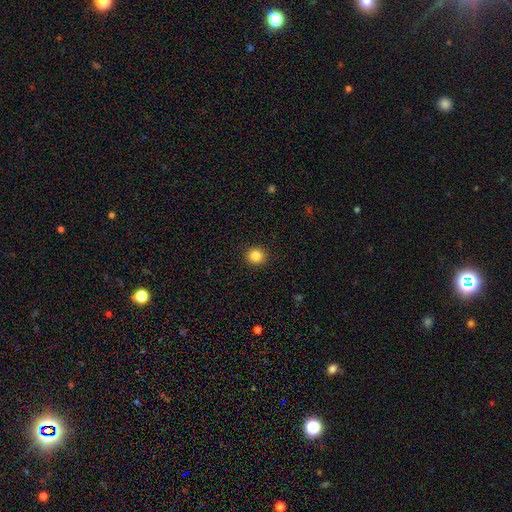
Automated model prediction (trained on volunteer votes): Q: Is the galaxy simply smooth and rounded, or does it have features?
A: smooth — 84%.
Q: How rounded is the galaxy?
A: round — 90%.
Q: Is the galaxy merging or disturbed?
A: none — 92%.